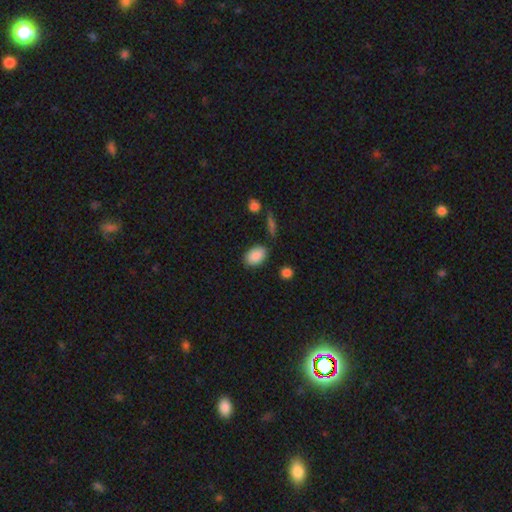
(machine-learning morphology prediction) A smooth galaxy with no disk features (88%) that is in between round and cigar-shaped (86%).

Vote fractions:
- Smooth or featured? smooth: 88% / star or artifact: 7% / featured or disk: 5%
- How rounded? in between: 86% / round: 12% / cigar-shaped: 1%
- Merging? none: 83% / minor disturbance: 11% / merger: 3% / major disturbance: 3%